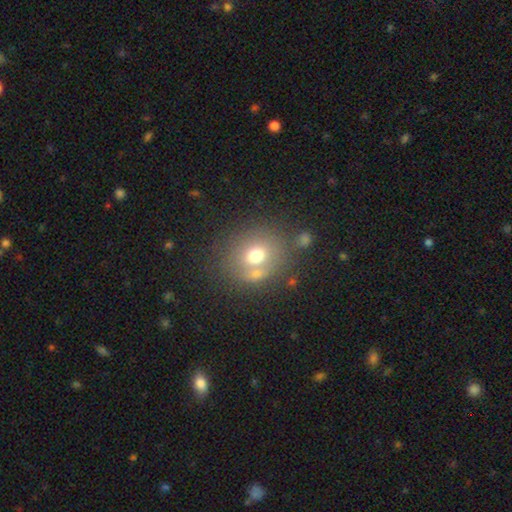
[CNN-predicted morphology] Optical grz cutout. It shows a smooth galaxy with no disk features (68%) that is round (73%). Merging: none (61%).